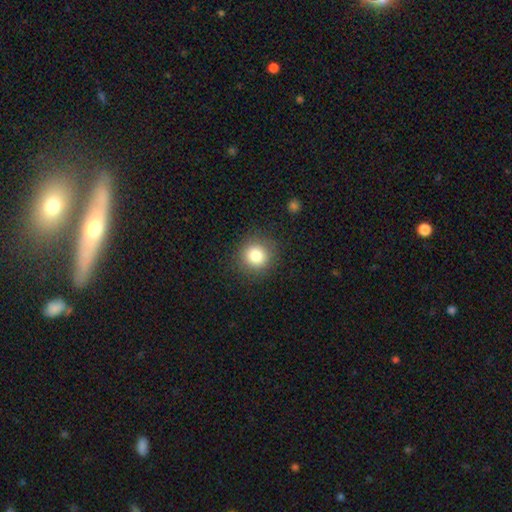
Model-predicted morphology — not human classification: smooth-or-featured: smooth: 82% | star or artifact: 11% | featured or disk: 7%
  how-rounded: round: 92% | in between: 7% | cigar-shaped: 1%
  merging: none: 88% | minor disturbance: 8% | major disturbance: 3% | merger: 1%